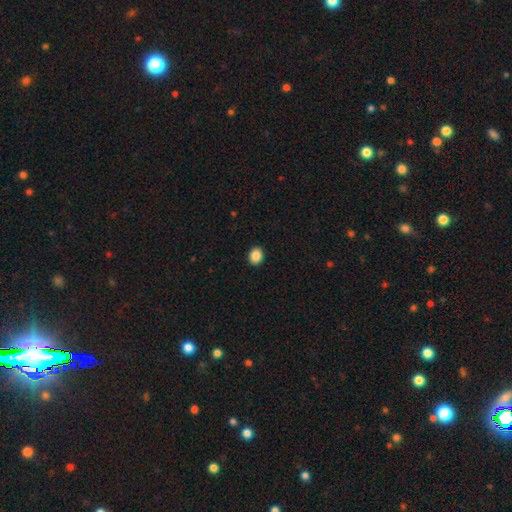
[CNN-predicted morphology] smooth 88%, star or artifact 9%, featured or disk 3%. Down the decision tree: how rounded — round (52%); merging — none (92%).